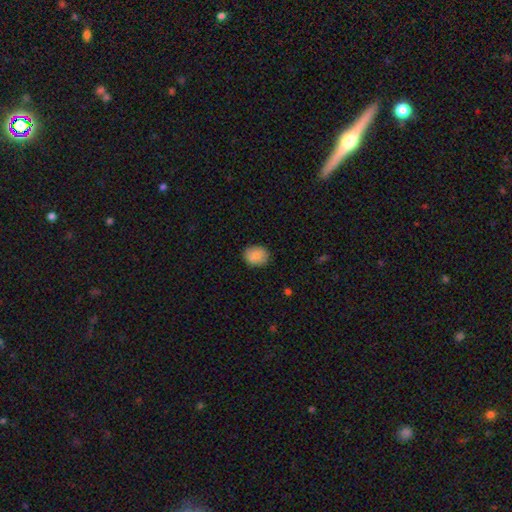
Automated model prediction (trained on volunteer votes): Morphology: type=smooth (87%); roundness=round (54%); merging=none (84%).